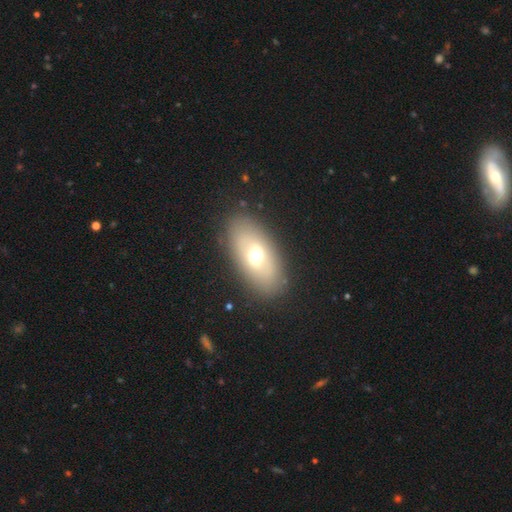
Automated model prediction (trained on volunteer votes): Smooth or featured: smooth — 58% (featured or disk — 34%)
How rounded: in between — 87% (round — 7%)
Merging: none — 86% (minor disturbance — 9%)